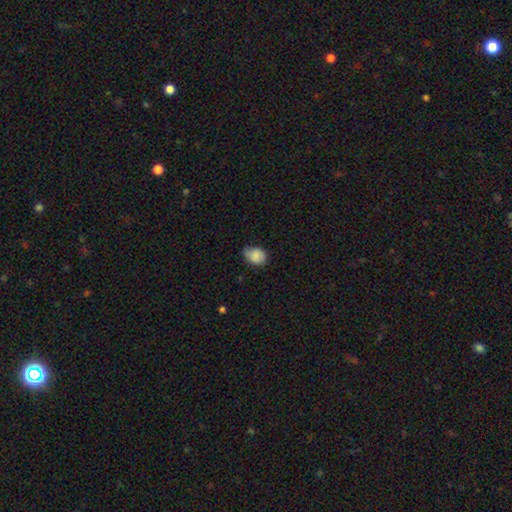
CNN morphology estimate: This appears to be a smooth galaxy with no disk features (83%) that is in between round and cigar-shaped (58%). Merging: none (56%).